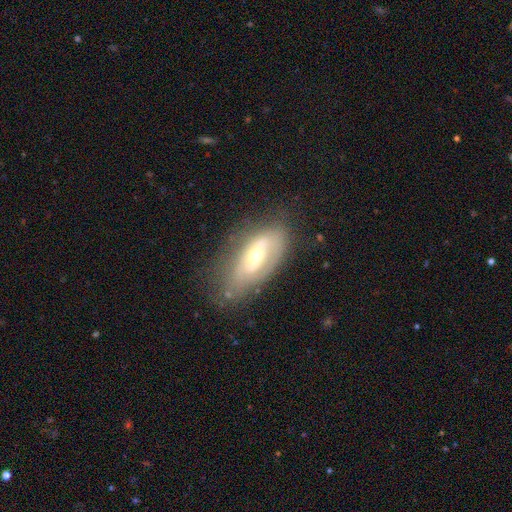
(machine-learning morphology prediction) Smooth or featured: featured or disk — 64% (smooth — 29%)
Edge-on disk: no — 85% (yes — 15%)
Bar: no — 50% (weak — 30%)
Spiral arms: yes — 56% (no — 44%)
Bulge size: small — 51% (moderate — 44%)
Merging: none — 62% (minor disturbance — 24%)